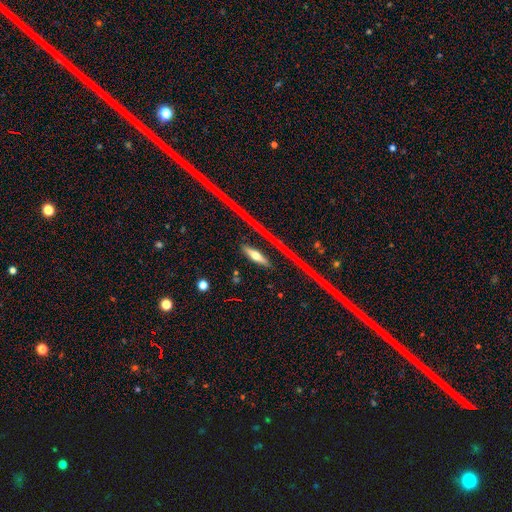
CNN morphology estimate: Q: Smooth or featured?
A: smooth (43%); runner-up: featured or disk (39%)
Q: Merging?
A: none (84%); runner-up: minor disturbance (11%)